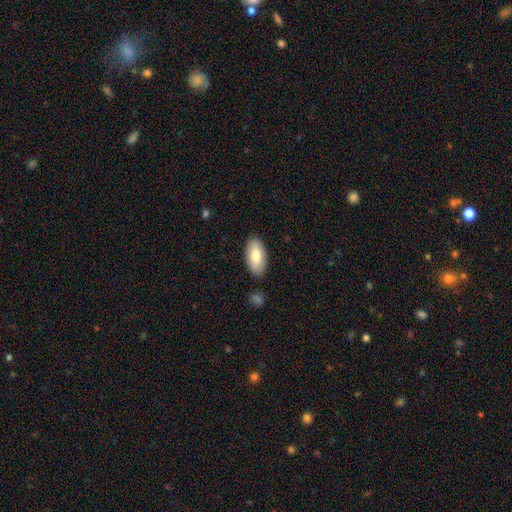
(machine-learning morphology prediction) smooth-or-featured: smooth: 81% | featured or disk: 14% | star or artifact: 6%
  how-rounded: in between: 93% | cigar-shaped: 5% | round: 2%
  merging: none: 87% | minor disturbance: 9% | major disturbance: 2% | merger: 2%